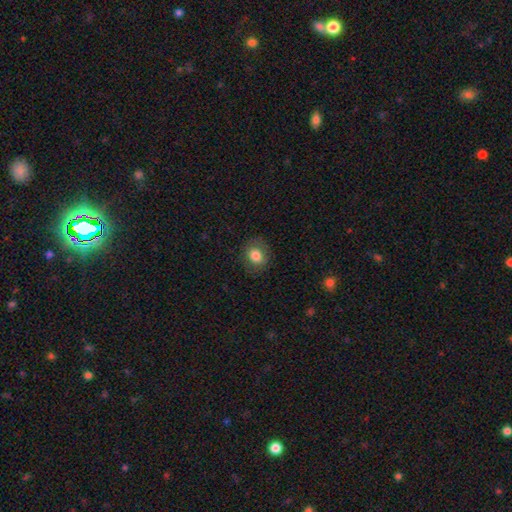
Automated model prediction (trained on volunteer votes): Overall: smooth (81%). How rounded: round (64%; in between 35%). Merging: none (83%).